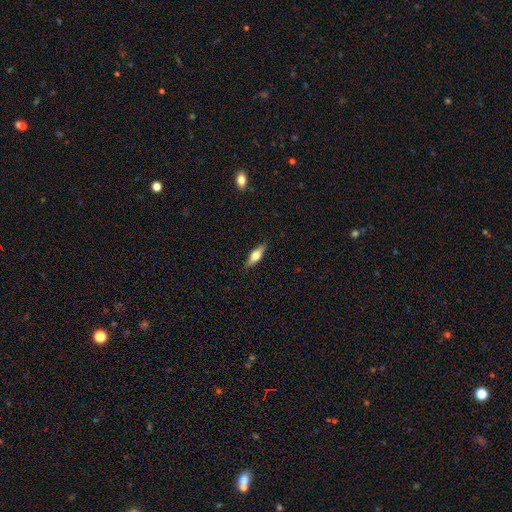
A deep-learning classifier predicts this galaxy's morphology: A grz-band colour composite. It shows a smooth galaxy with no disk features (56%) that is in between round and cigar-shaped (56%). Merging: none (87%).